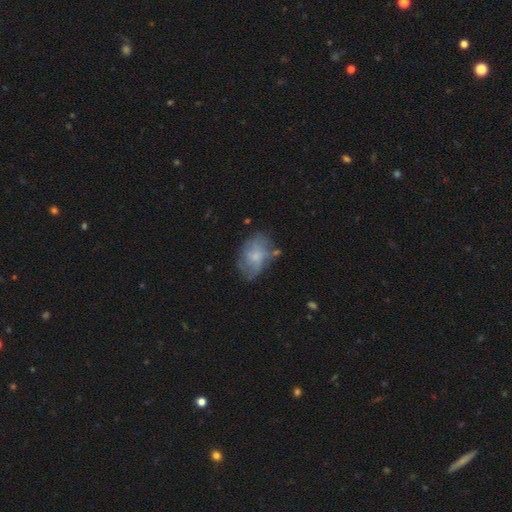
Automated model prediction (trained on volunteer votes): smooth 48%, featured or disk 44%, star or artifact 8%. Down the decision tree: merging — none (54%).